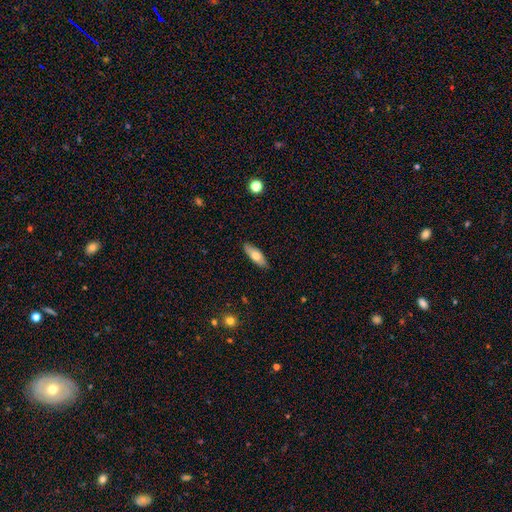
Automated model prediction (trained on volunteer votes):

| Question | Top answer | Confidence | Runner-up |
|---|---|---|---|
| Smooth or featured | smooth | 70% | featured or disk (24%) |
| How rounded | in between | 60% | cigar-shaped (37%) |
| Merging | none | 87% | minor disturbance (10%) |